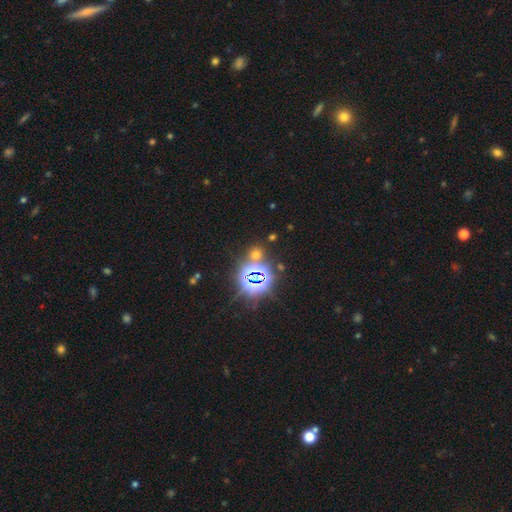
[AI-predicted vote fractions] A star or artifact, not a galaxy (62%).